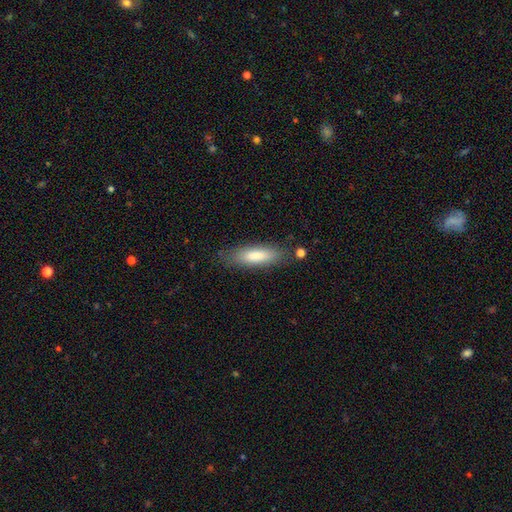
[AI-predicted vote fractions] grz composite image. It shows a smooth galaxy with no disk features (78%) that is cigar-shaped (60%). Merging: none (81%).